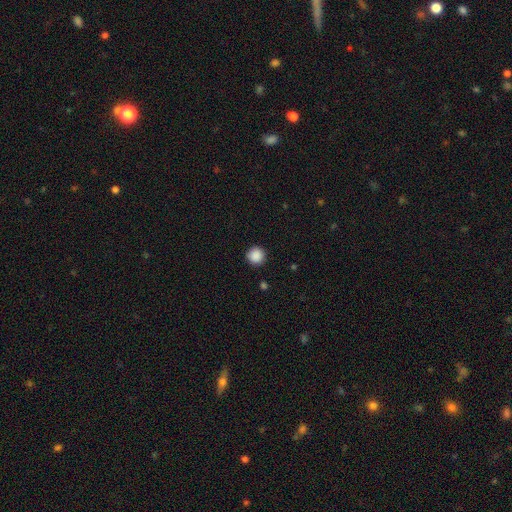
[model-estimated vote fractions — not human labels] A smooth galaxy with no disk features (88%) that is round (95%). Merging: none (91%).